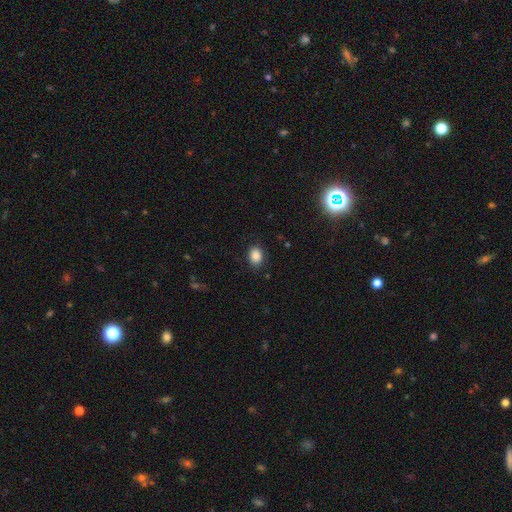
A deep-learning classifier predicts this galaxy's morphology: smooth_or_featured: smooth (p=0.87) [alt: star or artifact p=0.09]
how_rounded: in between (p=0.68) [alt: round p=0.31]
merging: none (p=0.87) [alt: minor disturbance p=0.09]